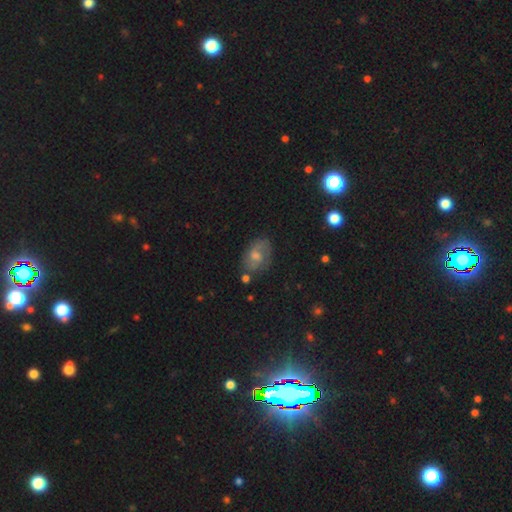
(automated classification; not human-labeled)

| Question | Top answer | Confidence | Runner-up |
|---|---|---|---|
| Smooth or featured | featured or disk | 46% | smooth (35%) |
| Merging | none | 70% | minor disturbance (20%) |